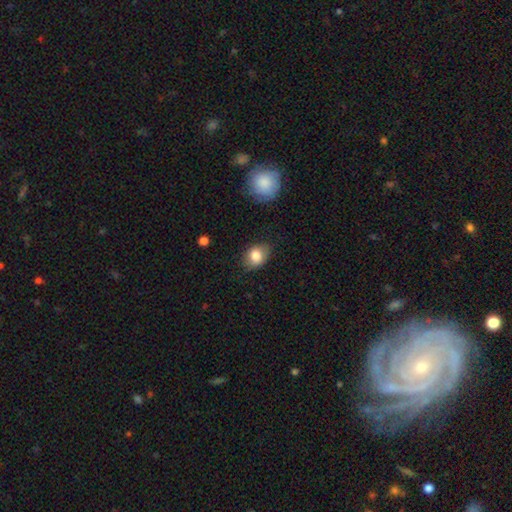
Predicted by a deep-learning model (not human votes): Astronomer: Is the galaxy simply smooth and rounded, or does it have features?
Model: smooth — 82%.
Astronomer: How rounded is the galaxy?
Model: in between — 65%.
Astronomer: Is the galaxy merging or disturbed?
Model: none — 77%.